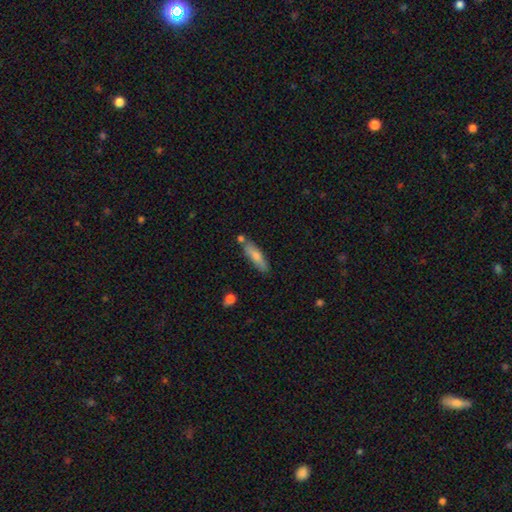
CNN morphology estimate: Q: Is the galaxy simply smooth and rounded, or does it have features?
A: smooth — 72%.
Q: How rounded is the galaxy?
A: cigar-shaped — 69%.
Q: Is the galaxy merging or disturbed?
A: none — 72%.